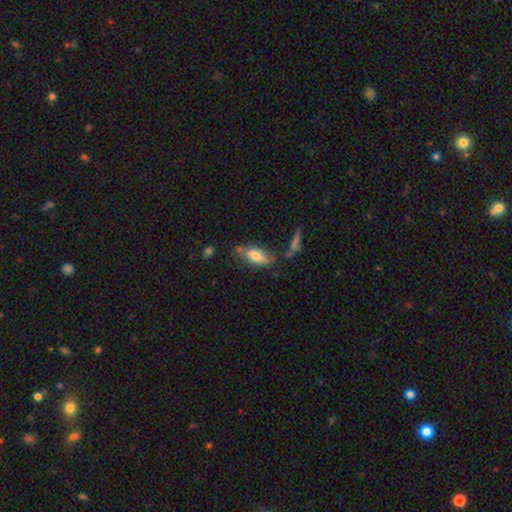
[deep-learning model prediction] smooth_or_featured: smooth (p=0.69) [alt: featured or disk p=0.23]
how_rounded: in between (p=0.83) [alt: cigar-shaped p=0.14]
merging: none (p=0.56) [alt: minor disturbance p=0.23]